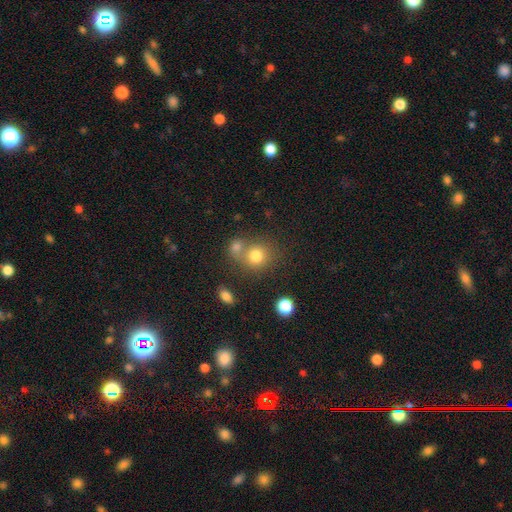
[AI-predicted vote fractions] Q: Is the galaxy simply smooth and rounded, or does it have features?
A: smooth — 77%.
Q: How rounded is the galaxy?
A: round — 80%.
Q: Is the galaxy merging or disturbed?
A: none — 49%.